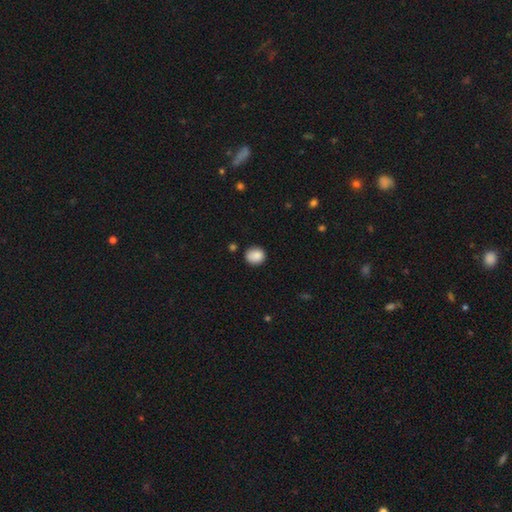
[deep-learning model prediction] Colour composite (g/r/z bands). It shows a smooth galaxy with no disk features (87%) that is round (77%). Merging: none (83%).